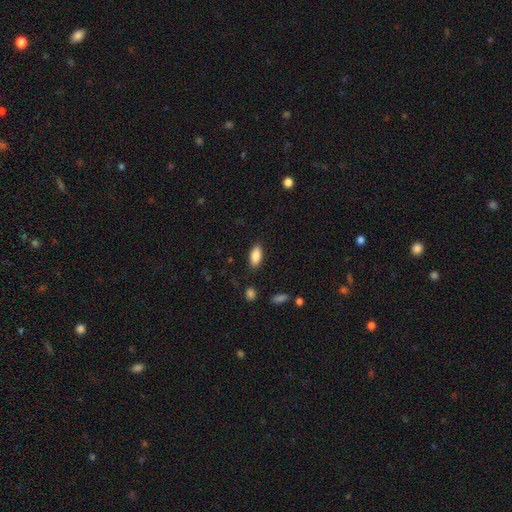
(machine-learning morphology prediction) Smooth or featured: smooth — 86% (star or artifact — 7%)
How rounded: in between — 86% (cigar-shaped — 11%)
Merging: none — 85% (minor disturbance — 11%)